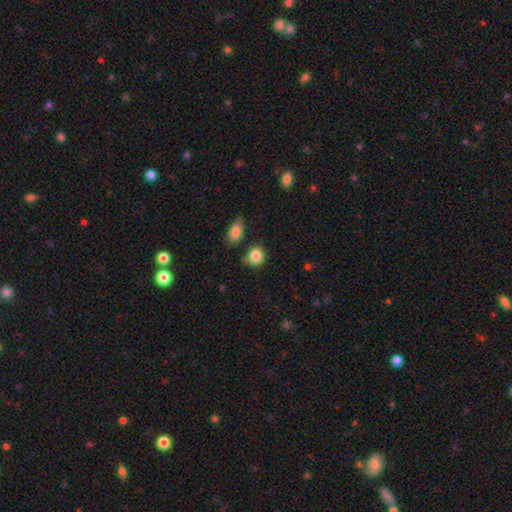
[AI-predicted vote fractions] Morphology: type=smooth (86%); roundness=round (73%); merging=none (68%).